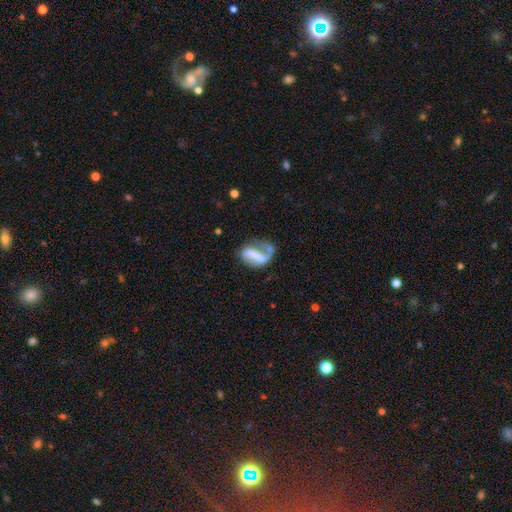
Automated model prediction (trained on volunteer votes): Smooth or featured?
  - featured or disk: 56% *
  - smooth: 36%
  - star or artifact: 9%
Edge-on disk?
  - no: 93% *
  - yes: 7%
Bar?
  - strong: 62% *
  - weak: 19%
  - no: 19%
Spiral arms?
  - yes: 56% *
  - no: 44%
Bulge size?
  - none: 55% *
  - small: 18%
  - moderate: 15%
  - large: 8%
  - dominant: 3%
Merging?
  - none: 33% *
  - major disturbance: 30%
  - minor disturbance: 24%
  - merger: 13%